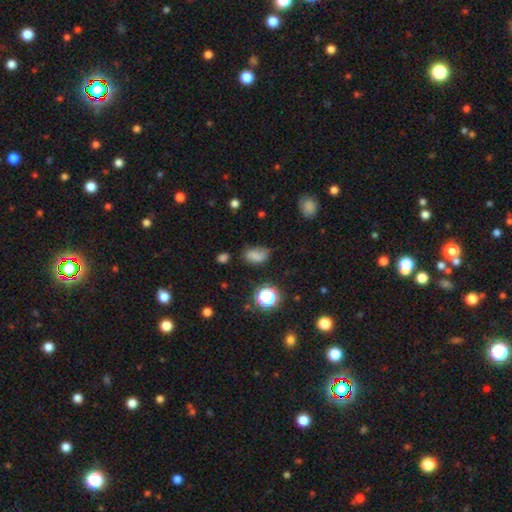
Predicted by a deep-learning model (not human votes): smooth-or-featured: smooth: 70% | star or artifact: 18% | featured or disk: 12%
  how-rounded: in between: 81% | round: 17% | cigar-shaped: 2%
  merging: none: 55% | minor disturbance: 30% | major disturbance: 11% | merger: 4%